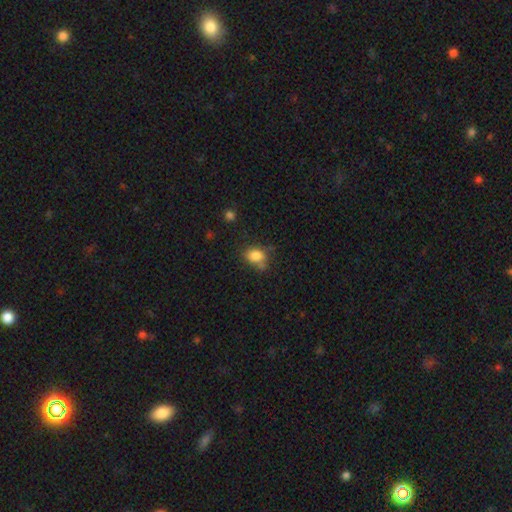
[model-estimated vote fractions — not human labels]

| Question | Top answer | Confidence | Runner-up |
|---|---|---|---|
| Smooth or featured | smooth | 82% | star or artifact (10%) |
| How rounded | in between | 64% | round (35%) |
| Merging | none | 54% | minor disturbance (26%) |